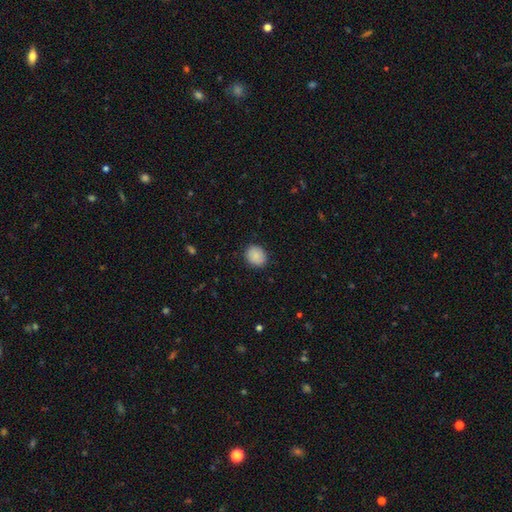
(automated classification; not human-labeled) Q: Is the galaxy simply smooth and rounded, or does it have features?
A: smooth — 86%.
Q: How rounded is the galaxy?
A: round — 66%.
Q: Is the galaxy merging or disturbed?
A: none — 86%.